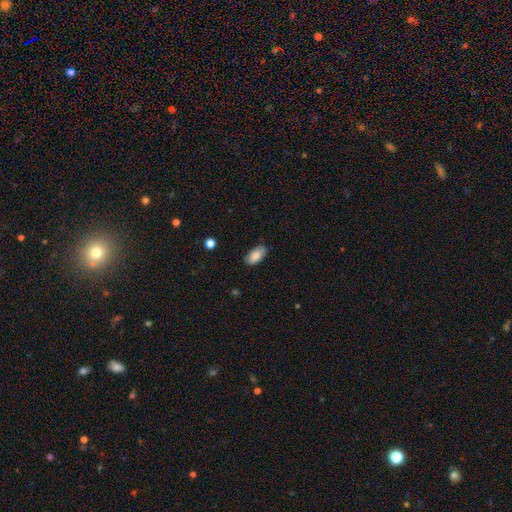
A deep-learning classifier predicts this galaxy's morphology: Smooth or featured?
  - smooth: 86% *
  - featured or disk: 8%
  - star or artifact: 7%
How rounded?
  - in between: 94% *
  - round: 3%
  - cigar-shaped: 3%
Merging?
  - none: 83% *
  - minor disturbance: 14%
  - major disturbance: 2%
  - merger: 1%